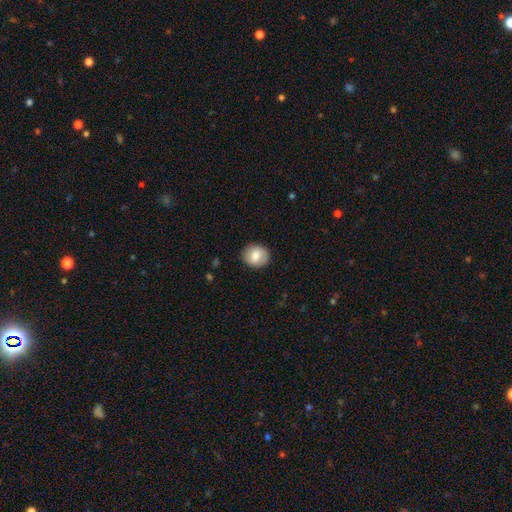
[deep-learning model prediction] This appears to be a smooth galaxy with no disk features (77%) that is round (77%). Merging: none (87%).